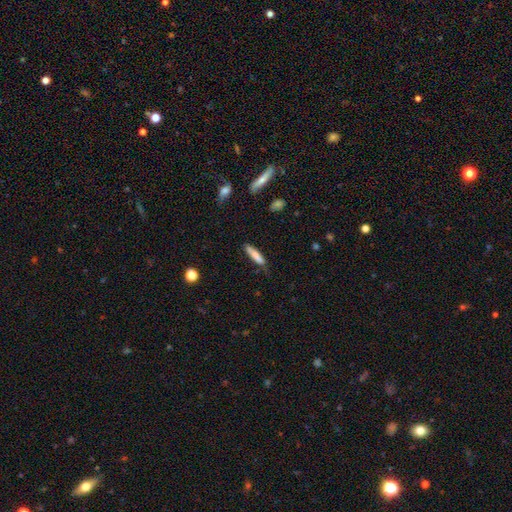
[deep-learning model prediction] smooth_or_featured: smooth (p=0.78) [alt: featured or disk p=0.15]
how_rounded: cigar-shaped (p=0.84) [alt: in between p=0.15]
merging: none (p=0.72) [alt: minor disturbance p=0.21]